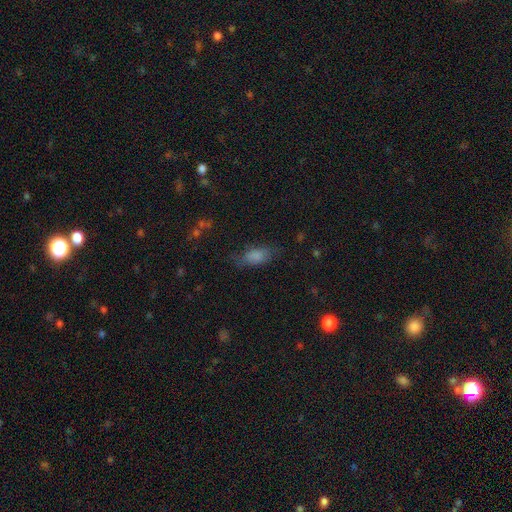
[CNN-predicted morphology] smooth 80%, featured or disk 11%, star or artifact 9%. Down the decision tree: how rounded — in between (87%); merging — none (62%).